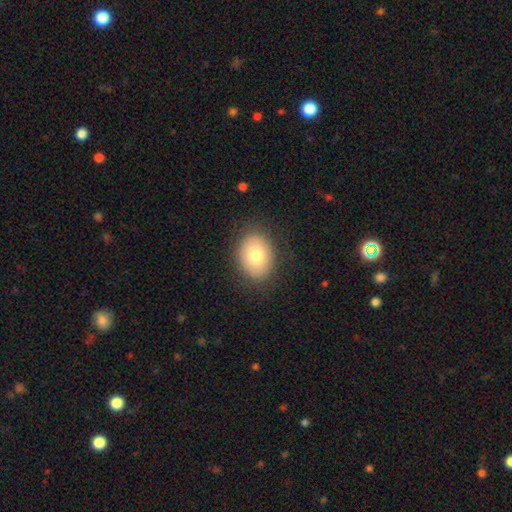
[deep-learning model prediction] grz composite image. It shows a smooth galaxy with no disk features (77%) that is in between round and cigar-shaped (64%). Merging: none (85%).